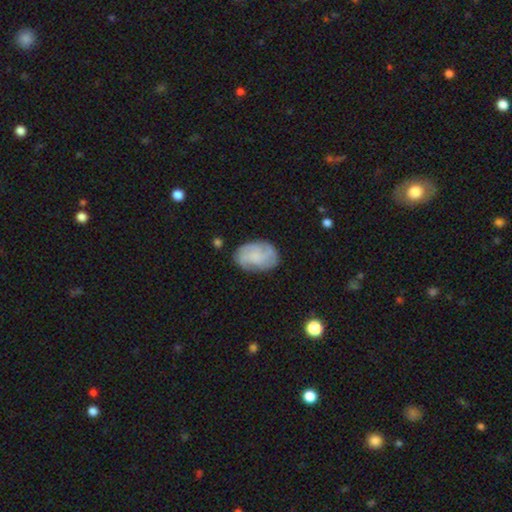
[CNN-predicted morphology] This appears to be a featured or disk galaxy (63%) with no bar (71%), 3 (37%) tight (43%) spiral arms (92%) and no central bulge (46%). Merging: none (76%).